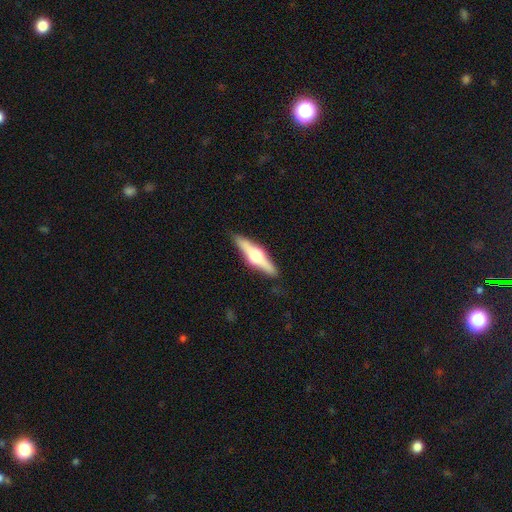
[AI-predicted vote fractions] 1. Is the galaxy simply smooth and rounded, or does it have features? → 67% featured or disk, 28% smooth, 5% star or artifact.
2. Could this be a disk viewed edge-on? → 97% yes, 3% no.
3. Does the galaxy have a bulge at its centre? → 91% rounded, 7% boxy, 2% none.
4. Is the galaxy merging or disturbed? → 87% none, 9% minor disturbance, 2% major disturbance, 1% merger.